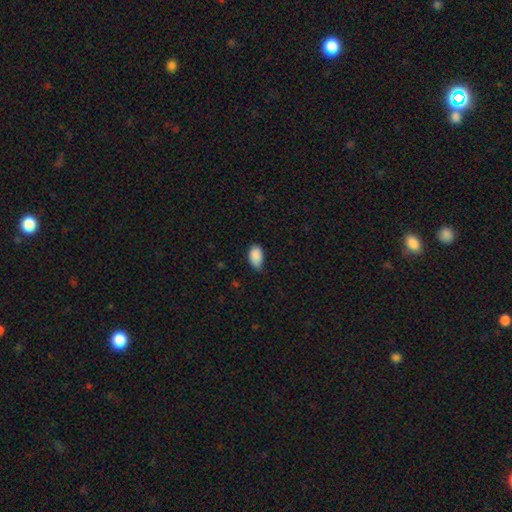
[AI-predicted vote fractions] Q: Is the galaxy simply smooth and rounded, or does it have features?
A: smooth — 89%.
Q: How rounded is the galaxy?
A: in between — 93%.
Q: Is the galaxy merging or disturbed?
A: none — 63%.